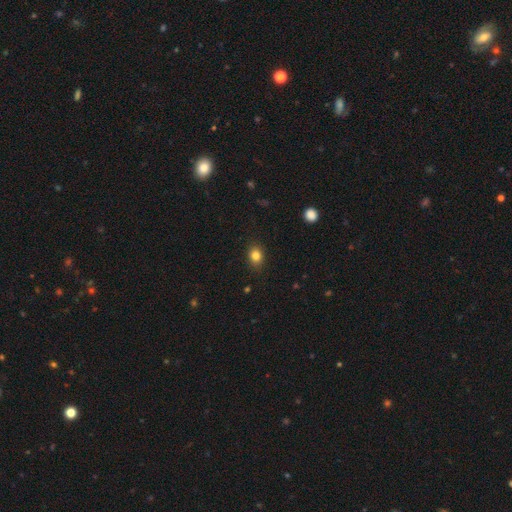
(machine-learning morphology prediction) This is clearly a smooth galaxy (83%). How rounded: possibly round (49%, tied with in between). Merging: clearly none (86%).